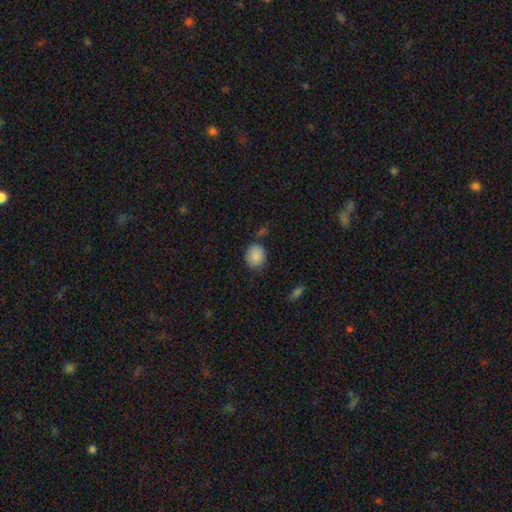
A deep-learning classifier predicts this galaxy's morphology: smooth_or_featured: smooth (p=0.88) [alt: star or artifact p=0.08]
how_rounded: round (p=0.73) [alt: in between p=0.26]
merging: none (p=0.77) [alt: minor disturbance p=0.14]